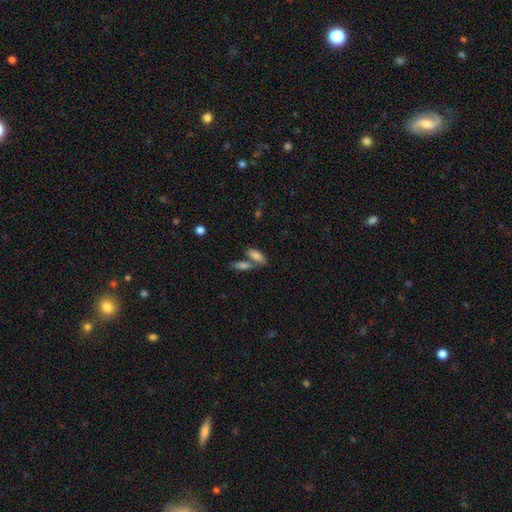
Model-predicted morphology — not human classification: Smooth or featured? smooth (81%)
How rounded? in between (75%)
Merging? none (44%)